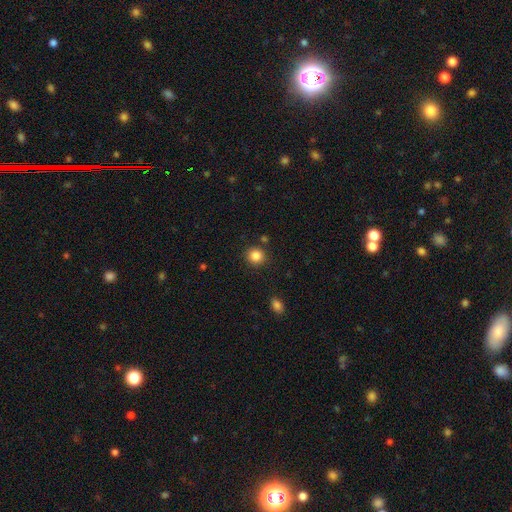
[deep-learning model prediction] Smooth or featured? Predicted: smooth (p=0.86). How rounded? Predicted: round (p=0.89). Merging? Predicted: none (p=0.86).